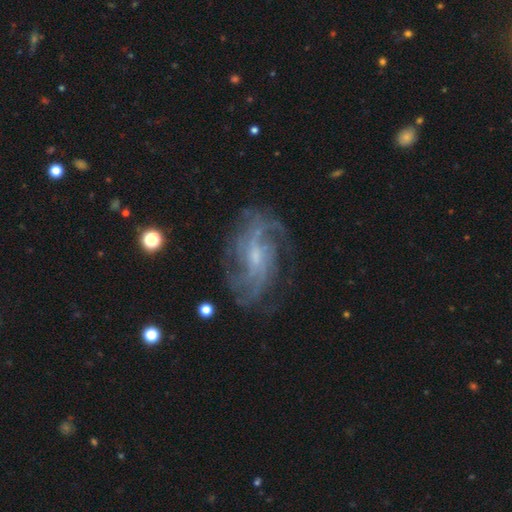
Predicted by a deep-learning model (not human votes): Smooth or featured? Predicted: featured or disk (p=0.85). Edge-on disk? Predicted: no (p=0.96). Bar? Predicted: weak (p=0.48). Spiral arms? Predicted: yes (p=0.93). Spiral winding? Predicted: medium (p=0.43). Spiral arm count? Predicted: can't tell (p=0.31). Bulge size? Predicted: small (p=0.56). Merging? Predicted: none (p=0.71).